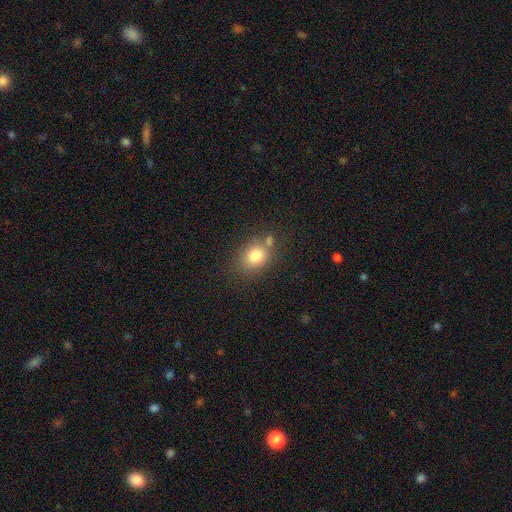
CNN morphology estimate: Q: Smooth or featured?
A: smooth (79%); runner-up: star or artifact (11%)
Q: How rounded?
A: round (52%); runner-up: in between (47%)
Q: Merging?
A: none (60%); runner-up: merger (19%)